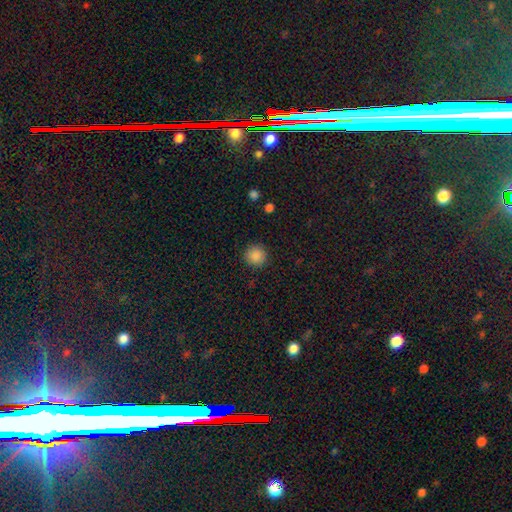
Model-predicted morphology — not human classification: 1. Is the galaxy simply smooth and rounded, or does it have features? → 87% smooth, 10% star or artifact, 3% featured or disk.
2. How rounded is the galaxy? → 93% round, 6% in between, 1% cigar-shaped.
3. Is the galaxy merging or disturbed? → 90% none, 7% minor disturbance, 2% major disturbance, 1% merger.